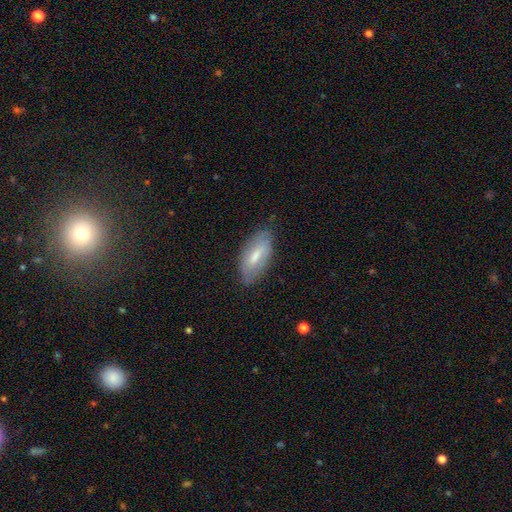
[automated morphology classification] The model was most divided on "smooth or featured": smooth: 60%, featured or disk: 33%, star or artifact: 7%. More confident: how rounded — in between (82%); merging — none (74%).